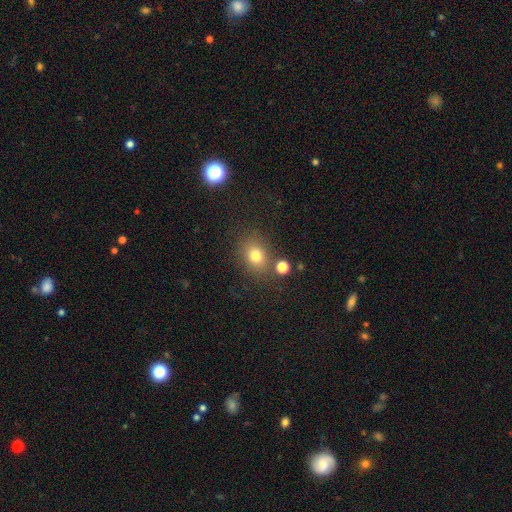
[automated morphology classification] Smooth or featured? smooth (77%)
How rounded? round (54%)
Merging? none (74%)